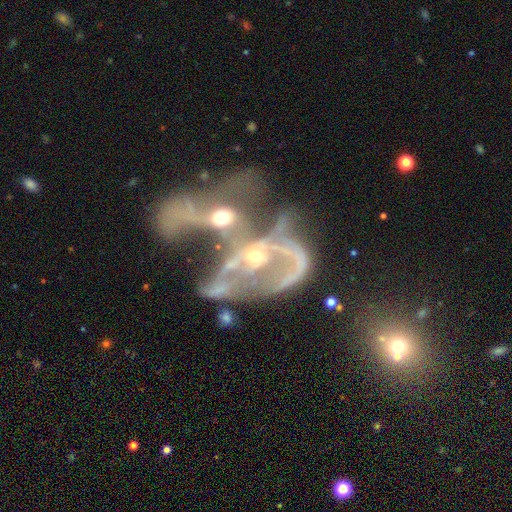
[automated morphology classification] Smooth or featured: featured or disk — 80% (star or artifact — 10%)
Edge-on disk: no — 95% (yes — 5%)
Bar: no — 59% (weak — 27%)
Spiral arms: yes — 69% (no — 31%)
Spiral winding: loose — 40% (medium — 36%)
Spiral arm count: 2 — 47% (can't tell — 29%)
Bulge size: small — 46% (moderate — 43%)
Merging: merger — 67% (major disturbance — 17%)